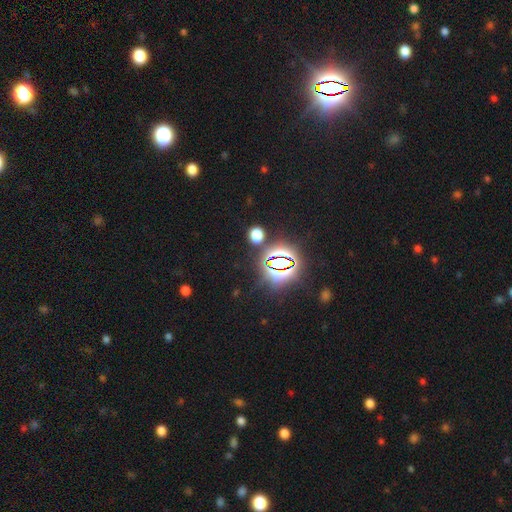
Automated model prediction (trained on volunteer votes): smooth-or-featured: star or artifact: 82% | smooth: 11% | featured or disk: 7%